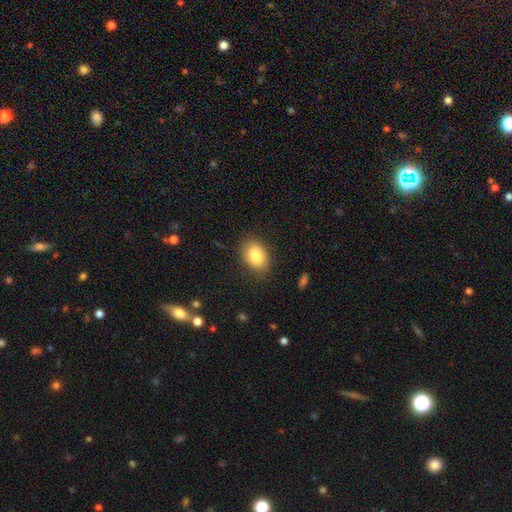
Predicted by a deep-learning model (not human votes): Smooth or featured: smooth — 85% (featured or disk — 7%)
How rounded: in between — 83% (round — 15%)
Merging: none — 82% (minor disturbance — 13%)